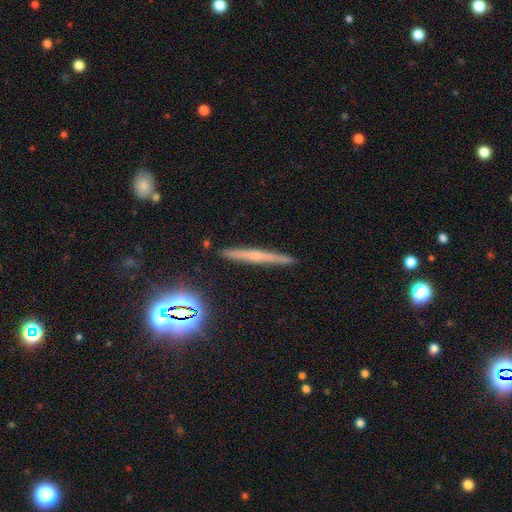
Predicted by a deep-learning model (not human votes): Smooth or featured: featured or disk — 55% (smooth — 29%)
Edge-on disk: yes — 96% (no — 4%)
Edge-on bulge: rounded — 50% (none — 43%)
Merging: none — 89% (minor disturbance — 8%)